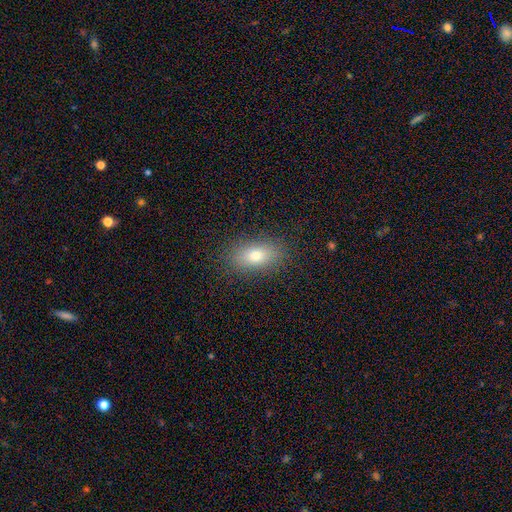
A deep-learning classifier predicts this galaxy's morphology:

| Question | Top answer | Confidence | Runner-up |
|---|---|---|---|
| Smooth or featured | smooth | 76% | featured or disk (14%) |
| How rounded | in between | 85% | round (8%) |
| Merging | none | 87% | minor disturbance (9%) |